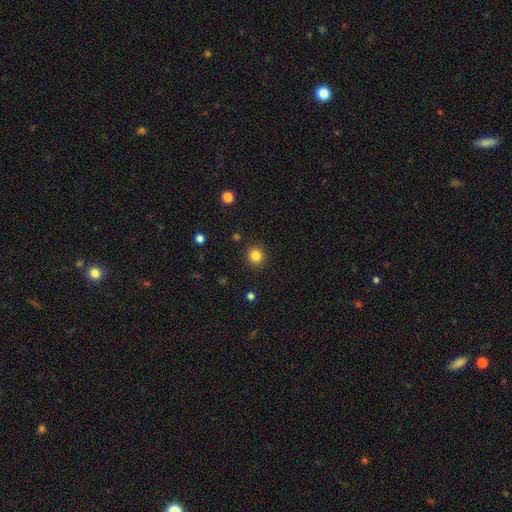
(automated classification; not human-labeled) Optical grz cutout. It shows a smooth galaxy with no disk features (83%) that is round (92%). Merging: none (91%).